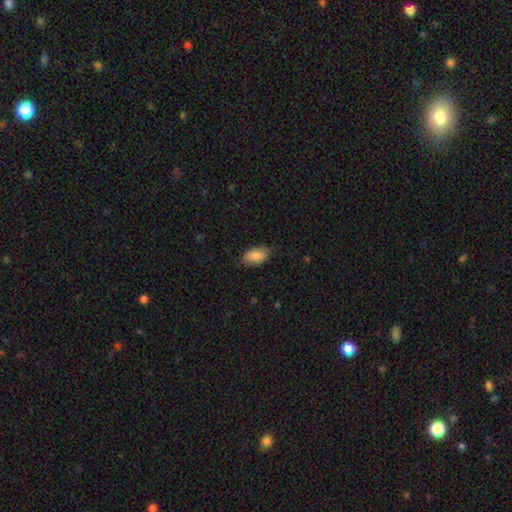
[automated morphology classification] A smooth galaxy with no disk features (84%) that is in between round and cigar-shaped (92%). Merging: none (74%).